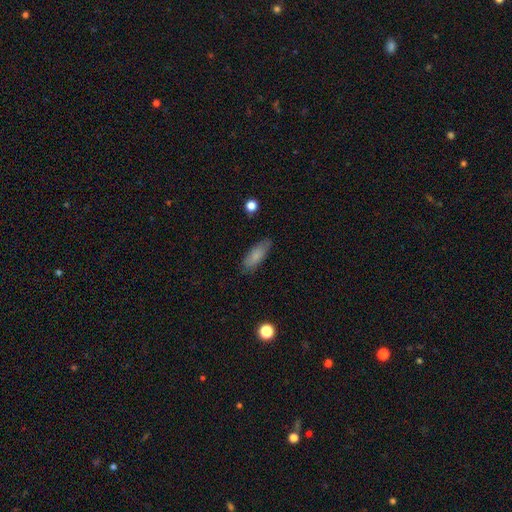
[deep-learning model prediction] Smooth or featured? smooth (81%)
How rounded? in between (67%)
Merging? none (78%)